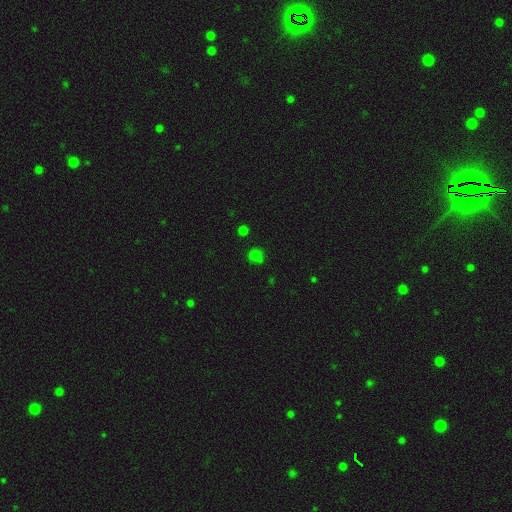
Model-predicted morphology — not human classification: Smooth or featured: smooth — 65% (star or artifact — 30%)
How rounded: round — 85% (in between — 14%)
Merging: none — 76% (minor disturbance — 14%)